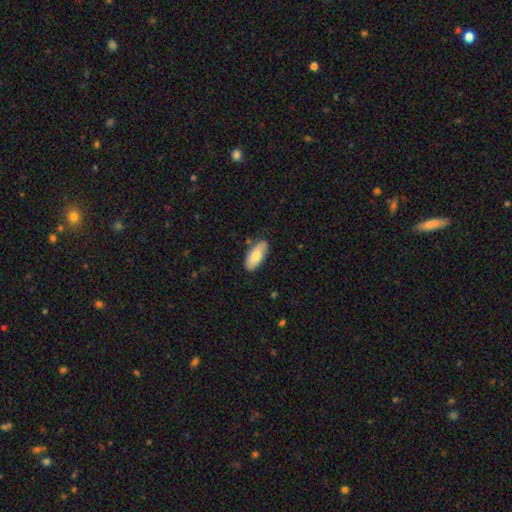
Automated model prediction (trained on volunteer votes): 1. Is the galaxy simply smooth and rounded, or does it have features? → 76% smooth, 19% featured or disk, 6% star or artifact.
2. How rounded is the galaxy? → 88% in between, 10% cigar-shaped, 2% round.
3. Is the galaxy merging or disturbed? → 79% none, 17% minor disturbance, 3% major disturbance, 2% merger.